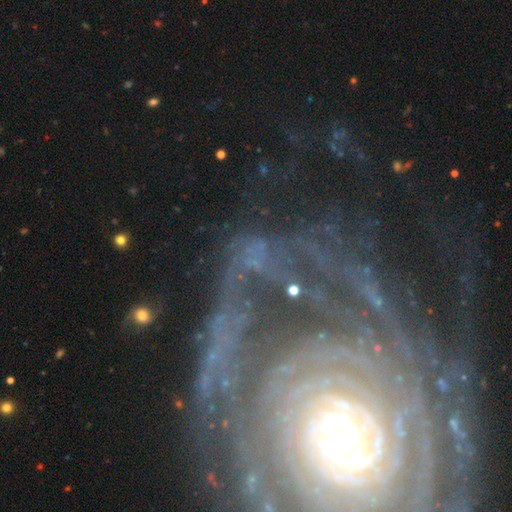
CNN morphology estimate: A featured or disk galaxy (56%). Merging: none (67%).